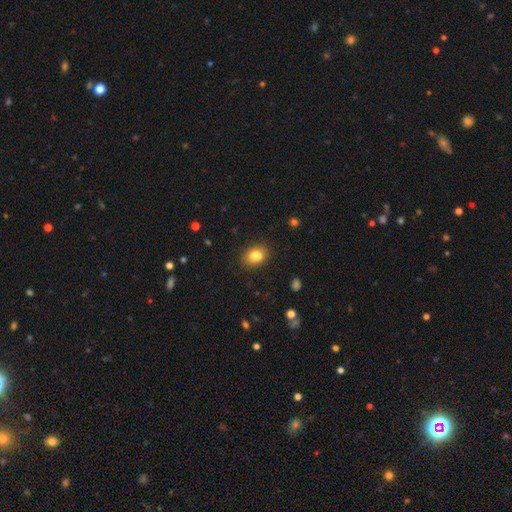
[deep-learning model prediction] smooth 82%, star or artifact 10%, featured or disk 8%. Down the decision tree: how rounded — in between (68%); merging — none (77%).